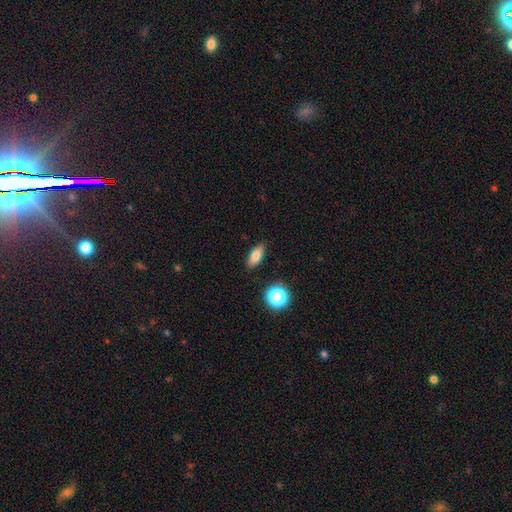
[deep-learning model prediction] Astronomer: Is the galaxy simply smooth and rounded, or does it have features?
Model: smooth — 79%.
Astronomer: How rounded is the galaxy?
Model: in between — 75%.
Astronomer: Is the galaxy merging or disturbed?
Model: none — 86%.